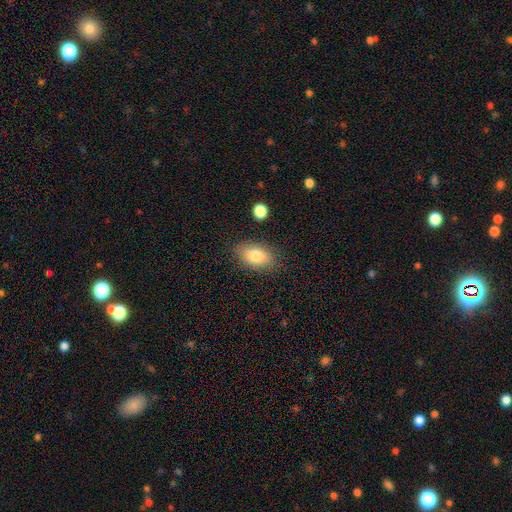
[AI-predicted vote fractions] Smooth or featured? Predicted: smooth (p=0.80). How rounded? Predicted: in between (p=0.89). Merging? Predicted: none (p=0.83).